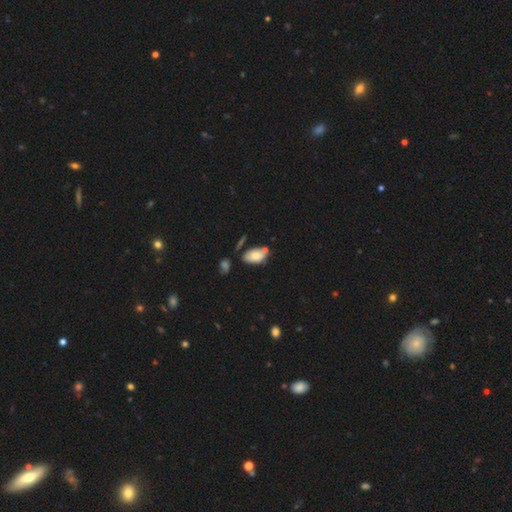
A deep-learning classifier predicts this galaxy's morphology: Smooth or featured? smooth (75%)
How rounded? in between (92%)
Merging? none (55%)